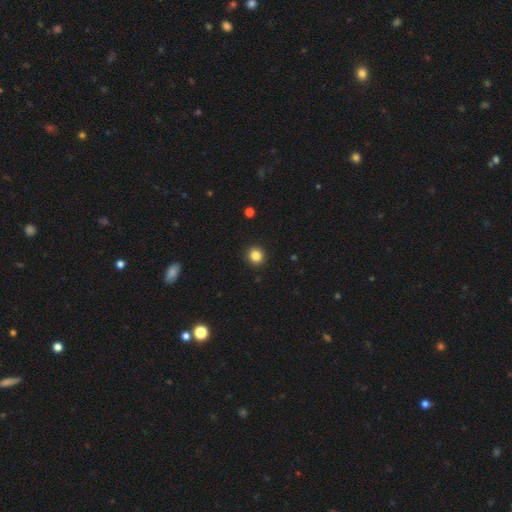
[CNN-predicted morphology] Q: Smooth or featured?
A: smooth (84%); runner-up: star or artifact (12%)
Q: How rounded?
A: round (93%); runner-up: in between (6%)
Q: Merging?
A: none (92%); runner-up: minor disturbance (5%)